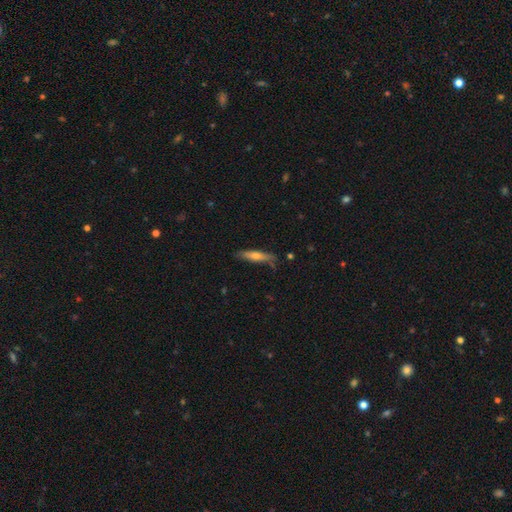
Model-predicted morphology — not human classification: A smooth galaxy with no disk features (55%) that is cigar-shaped (86%).

Vote fractions:
- Smooth or featured? smooth: 55% / featured or disk: 39% / star or artifact: 6%
- How rounded? cigar-shaped: 86% / in between: 12% / round: 2%
- Merging? none: 76% / minor disturbance: 18% / major disturbance: 3% / merger: 2%